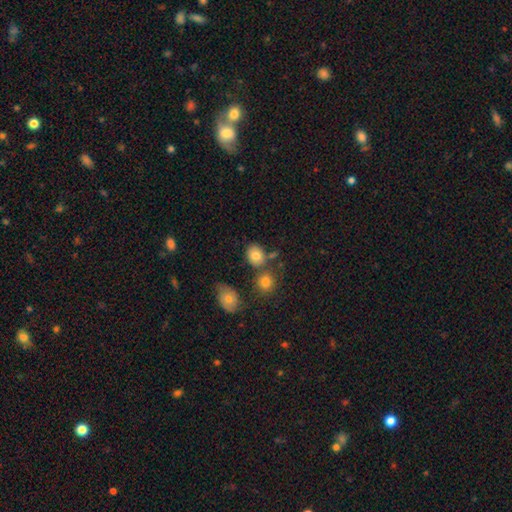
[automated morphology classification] Smooth or featured? smooth (80%)
How rounded? in between (52%)
Merging? none (63%)